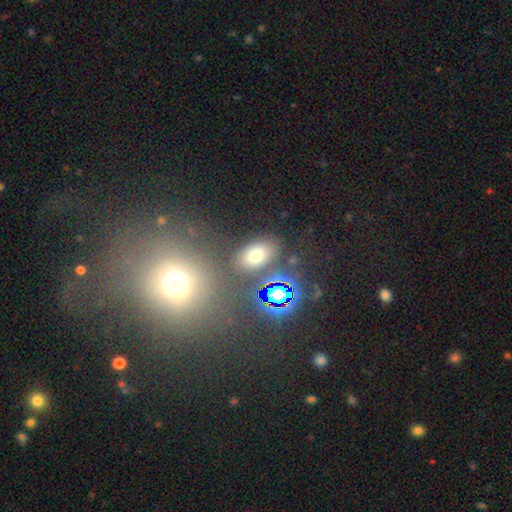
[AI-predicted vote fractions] Morphology: type=smooth (63%); roundness=in between (82%); merging=none (81%).